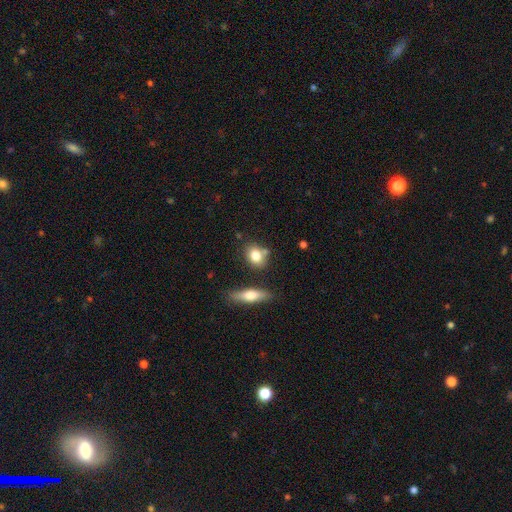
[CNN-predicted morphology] Smooth or featured: smooth — 80% (featured or disk — 12%)
How rounded: in between — 55% (round — 41%)
Merging: none — 66% (merger — 16%)